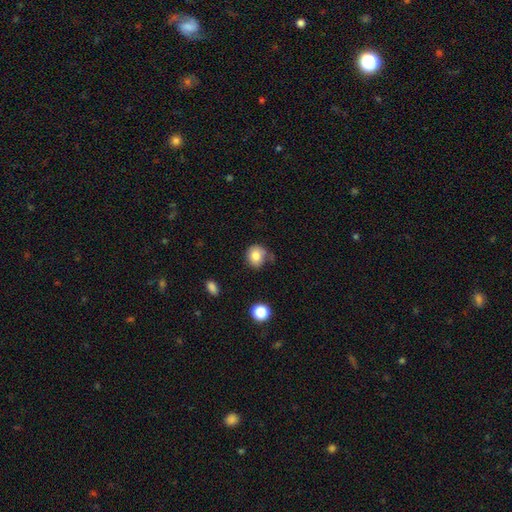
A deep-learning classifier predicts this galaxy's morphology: type=smooth (81%); roundness=round (77%); merging=none (60%).